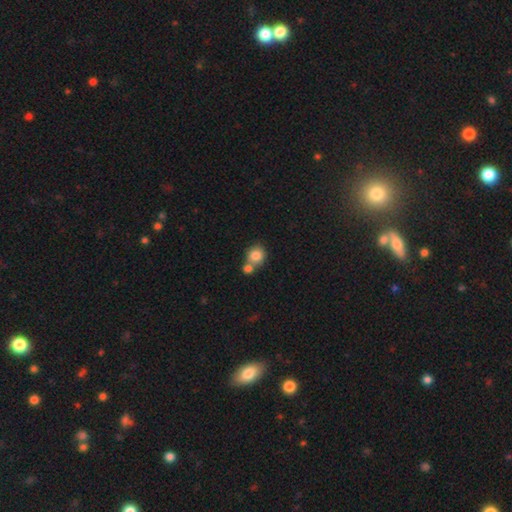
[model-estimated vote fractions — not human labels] Smooth or featured? smooth (83%)
How rounded? round (81%)
Merging? none (46%)